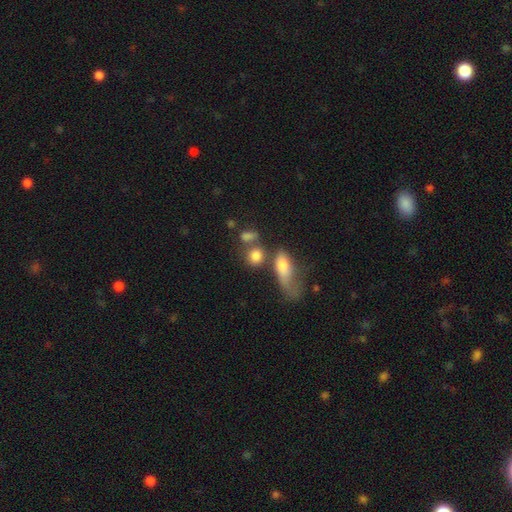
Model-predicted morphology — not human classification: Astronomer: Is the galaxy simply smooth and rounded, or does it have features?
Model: smooth — 80%.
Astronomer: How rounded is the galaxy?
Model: round — 54% (runner-up: in between, 39%).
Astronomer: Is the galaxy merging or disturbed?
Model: none — 40% (runner-up: merger, 34%).